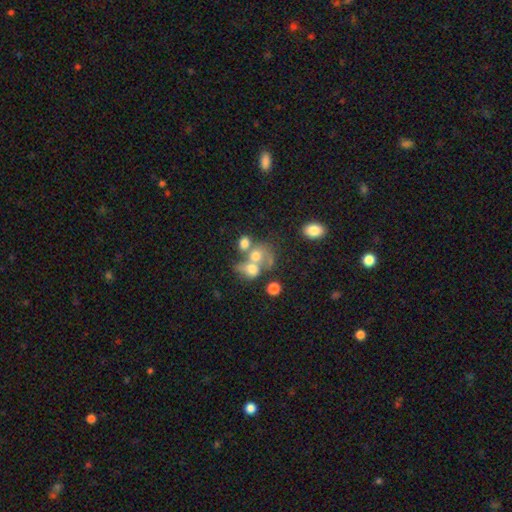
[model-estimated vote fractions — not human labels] The model was most divided on "how rounded": round: 59%, in between: 40%, cigar-shaped: 1%. More confident: smooth or featured — smooth (61%); merging — merger (58%).